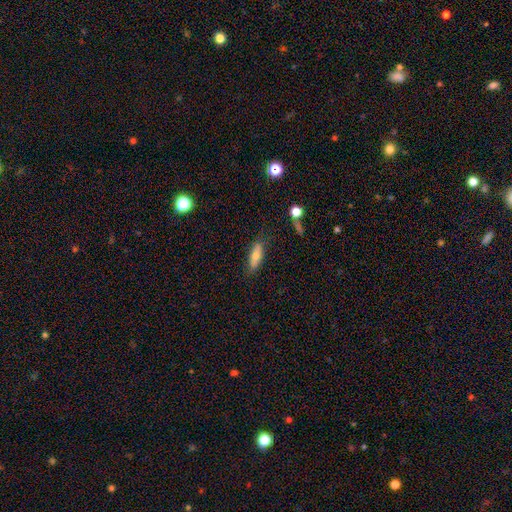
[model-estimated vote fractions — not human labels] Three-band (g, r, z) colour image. It shows a smooth galaxy with no disk features (68%) that is cigar-shaped (51%). Merging: none (78%).